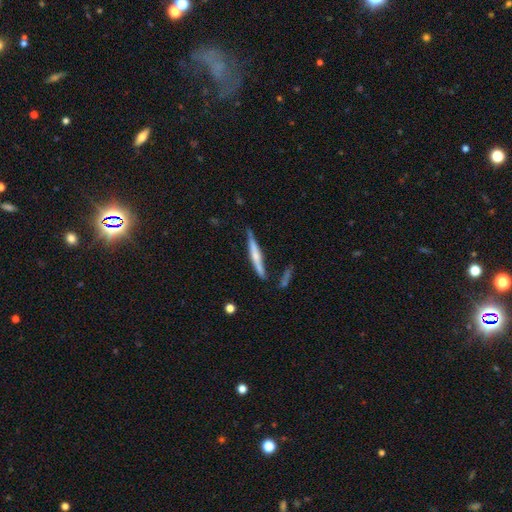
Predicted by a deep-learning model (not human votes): A featured or disk galaxy (55%) viewed edge-on (95%) with a rounded central bulge (61%).

Vote fractions:
- Smooth or featured? featured or disk: 55% / smooth: 40% / star or artifact: 6%
- Edge-on disk? yes: 95% / no: 5%
- Edge-on bulge? rounded: 61% / none: 27% / boxy: 13%
- Merging? none: 76% / minor disturbance: 16% / merger: 4% / major disturbance: 3%